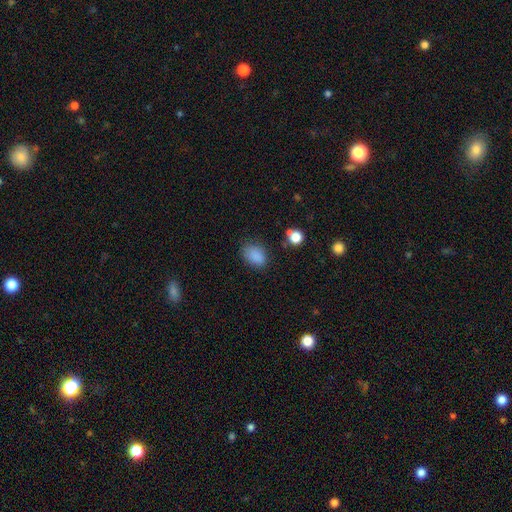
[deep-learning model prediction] smooth_or_featured: smooth (p=0.84) [alt: star or artifact p=0.12]
how_rounded: in between (p=0.77) [alt: round p=0.21]
merging: none (p=0.74) [alt: minor disturbance p=0.19]